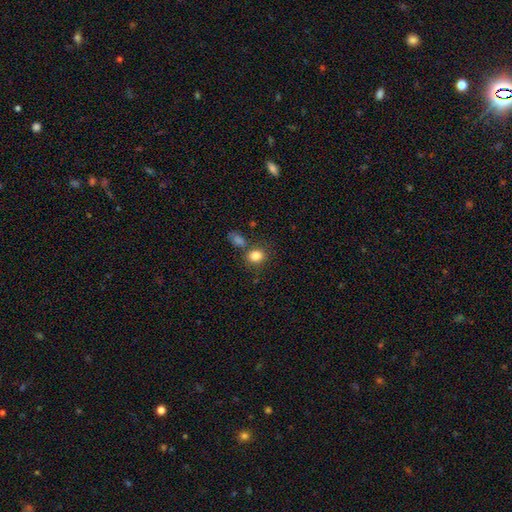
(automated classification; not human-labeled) Smooth or featured?
  - smooth: 83% *
  - star or artifact: 11%
  - featured or disk: 6%
How rounded?
  - round: 62% *
  - in between: 36%
  - cigar-shaped: 1%
Merging?
  - none: 68% *
  - merger: 14%
  - minor disturbance: 13%
  - major disturbance: 5%